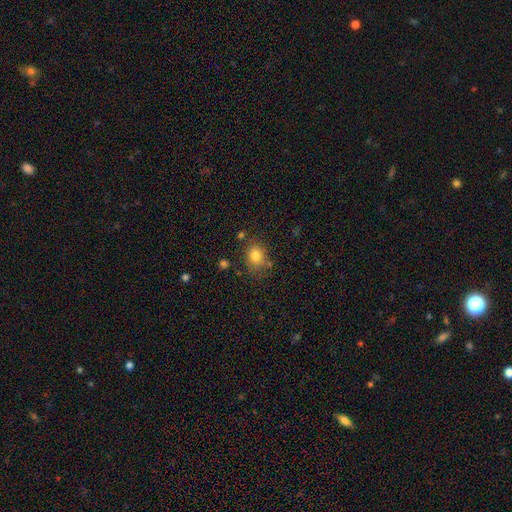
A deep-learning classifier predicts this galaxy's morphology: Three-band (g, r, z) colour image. It shows a smooth galaxy with no disk features (81%) that is round (56%). Merging: none (74%).